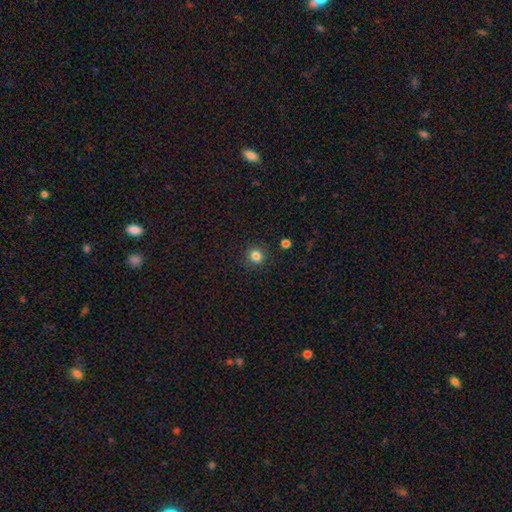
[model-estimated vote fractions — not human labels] Smooth or featured?
  - smooth: 81% *
  - star or artifact: 13%
  - featured or disk: 6%
How rounded?
  - round: 91% *
  - in between: 9%
  - cigar-shaped: 1%
Merging?
  - none: 90% *
  - minor disturbance: 6%
  - major disturbance: 2%
  - merger: 2%